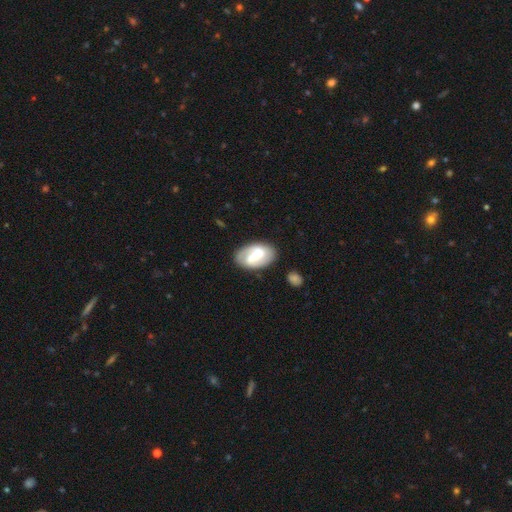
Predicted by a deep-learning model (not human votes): This is likely a featured or disk galaxy (70%). It is clearly not viewed edge-on (96%). Bar: possibly strong (51%). Spiral arm pattern: clearly yes (83%). Spiral arm count: clearly 2 (81%). Spiral winding: marginally medium (40%). Central bulge: marginally moderate (36%). Merging: likely none (79%).